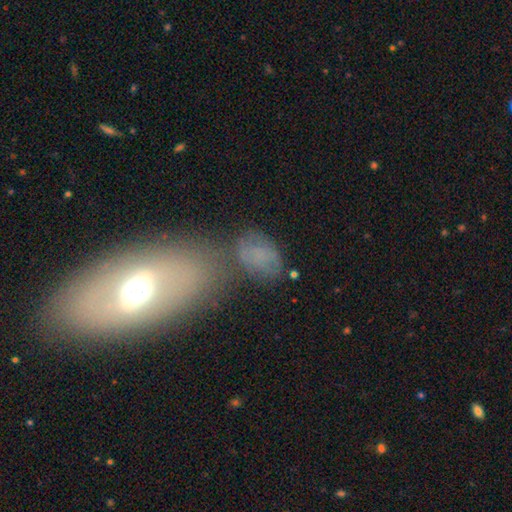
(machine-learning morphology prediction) Smooth or featured?
  - smooth: 54% *
  - featured or disk: 29%
  - star or artifact: 17%
How rounded?
  - in between: 82% *
  - round: 15%
  - cigar-shaped: 3%
Merging?
  - none: 40% *
  - merger: 24%
  - minor disturbance: 20%
  - major disturbance: 16%